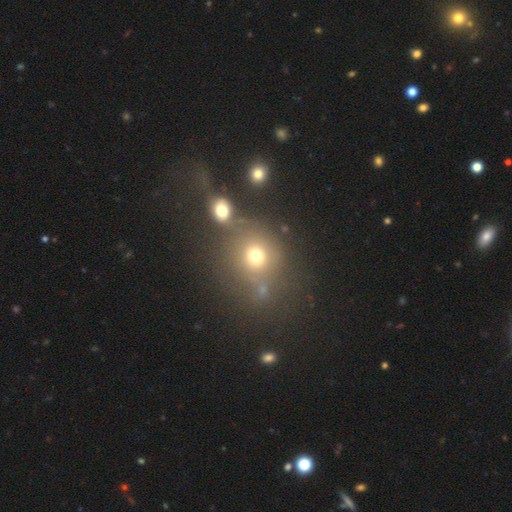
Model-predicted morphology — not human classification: The model was most divided on "merging": none: 58%, merger: 22%, minor disturbance: 12%, major disturbance: 8%. More confident: how rounded — round (78%); smooth or featured — smooth (68%).